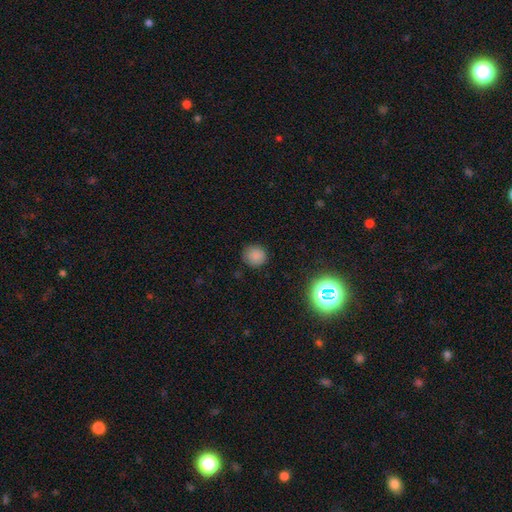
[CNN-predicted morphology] Overall: smooth (82%). How rounded: round (91%). Merging: none (88%).